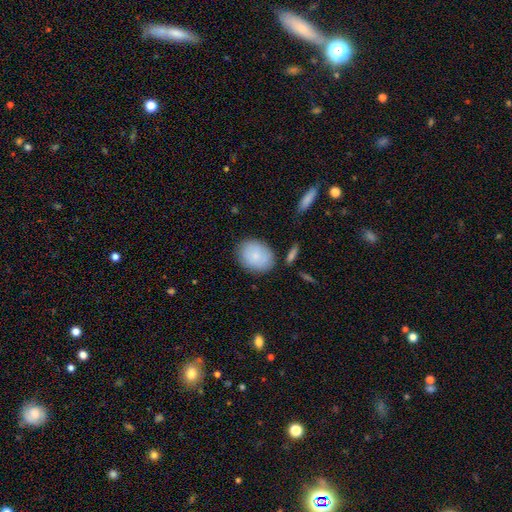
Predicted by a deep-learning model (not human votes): This appears to be a smooth galaxy with no disk features (83%) that is in between round and cigar-shaped (59%). Merging: none (80%).